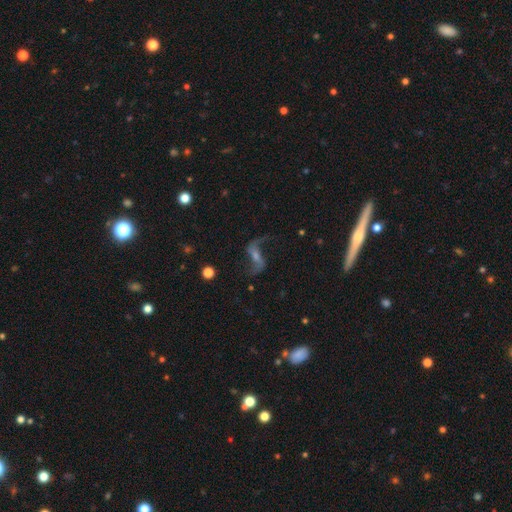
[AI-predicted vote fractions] This appears to be a featured or disk galaxy (84%) with a weak bar (42%), 2 (93%) loose (87%) spiral arms (94%) and a small central bulge (47%). Merging: none (73%).